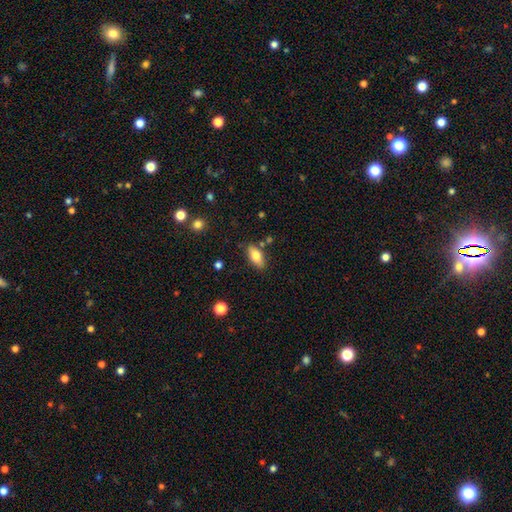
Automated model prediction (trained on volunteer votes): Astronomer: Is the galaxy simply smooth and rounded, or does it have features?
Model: smooth — 75%.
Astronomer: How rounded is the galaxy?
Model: in between — 86%.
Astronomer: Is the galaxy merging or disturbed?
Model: none — 81%.